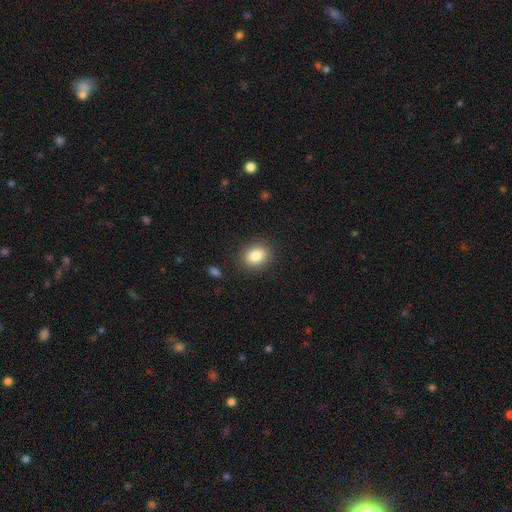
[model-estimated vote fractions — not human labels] Smooth or featured? Predicted: smooth (p=0.84). How rounded? Predicted: in between (p=0.52). Merging? Predicted: none (p=0.88).